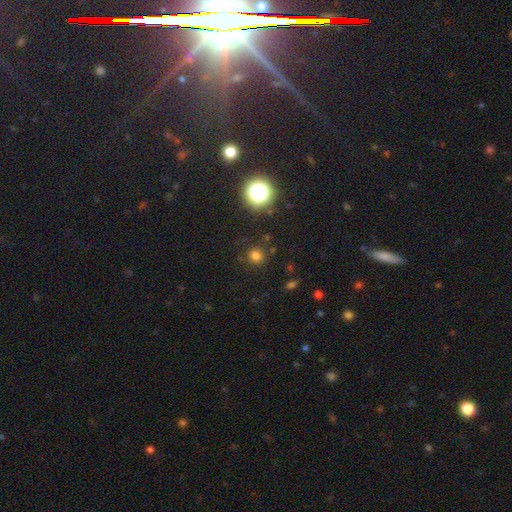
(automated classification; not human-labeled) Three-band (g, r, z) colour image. It shows a smooth galaxy with no disk features (72%) that is round (91%). Merging: none (86%).